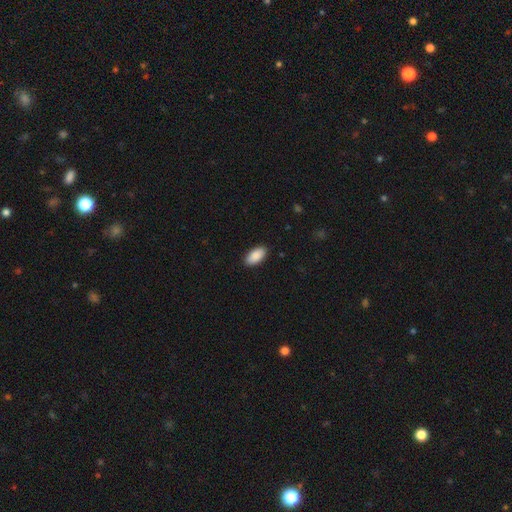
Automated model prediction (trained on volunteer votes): The model was most divided on "merging": none: 90%, minor disturbance: 7%, major disturbance: 2%, merger: 1%. More confident: how rounded — in between (94%); smooth or featured — smooth (90%).